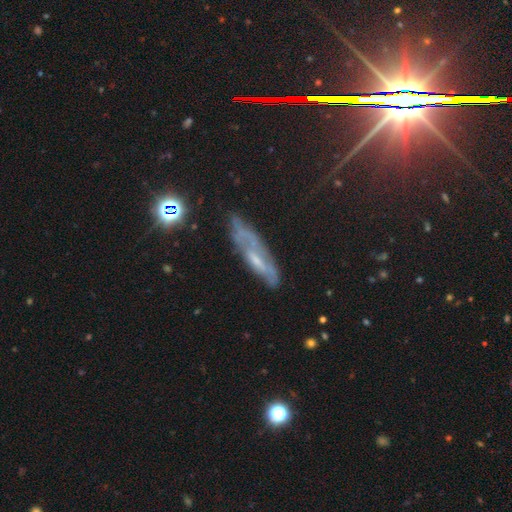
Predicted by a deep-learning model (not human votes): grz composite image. It shows a featured or disk galaxy (59%). Merging: none (65%).